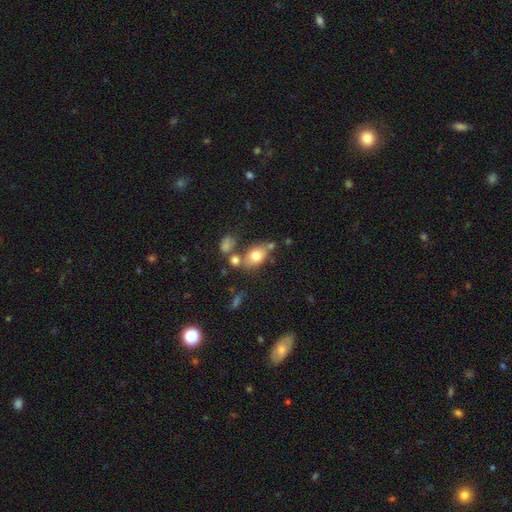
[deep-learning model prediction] A smooth galaxy with no disk features (72%) that is in between round and cigar-shaped (77%).

Vote fractions:
- Smooth or featured? smooth: 72% / featured or disk: 19% / star or artifact: 10%
- How rounded? in between: 77% / round: 21% / cigar-shaped: 2%
- Merging? none: 56% / merger: 21% / minor disturbance: 16% / major disturbance: 6%